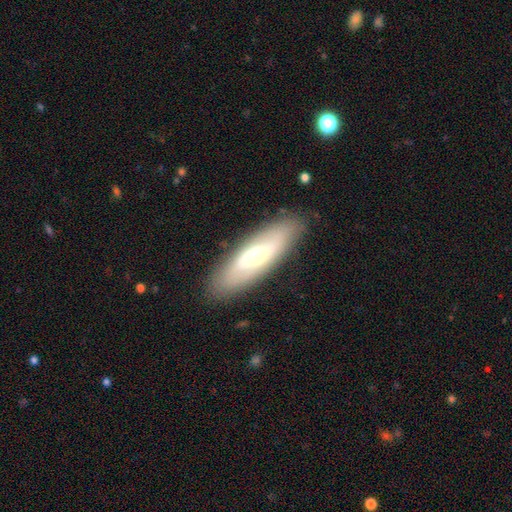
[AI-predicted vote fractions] Smooth or featured? featured or disk (53%)
Edge-on disk? no (72%)
Merging? none (87%)